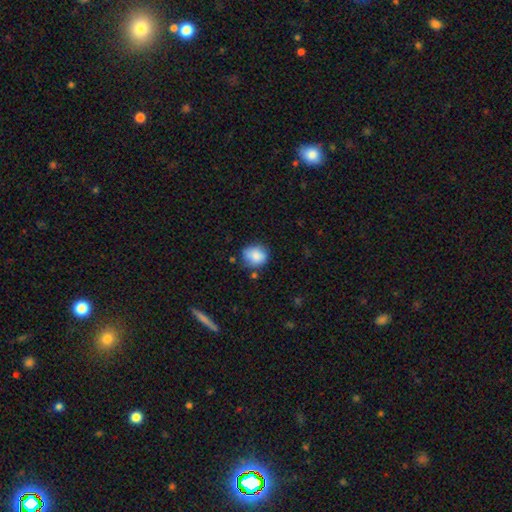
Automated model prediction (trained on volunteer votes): Q: Smooth or featured?
A: smooth (83%); runner-up: featured or disk (9%)
Q: How rounded?
A: round (76%); runner-up: in between (23%)
Q: Merging?
A: none (67%); runner-up: minor disturbance (24%)